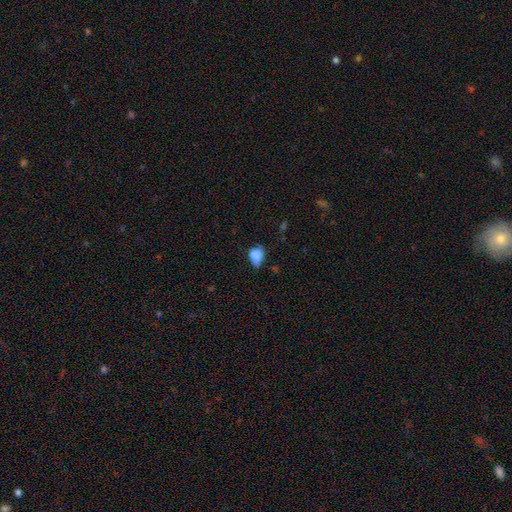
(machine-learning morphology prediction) Q: Smooth or featured?
A: smooth (82%); runner-up: featured or disk (9%)
Q: How rounded?
A: in between (80%); runner-up: round (18%)
Q: Merging?
A: none (45%); runner-up: minor disturbance (40%)